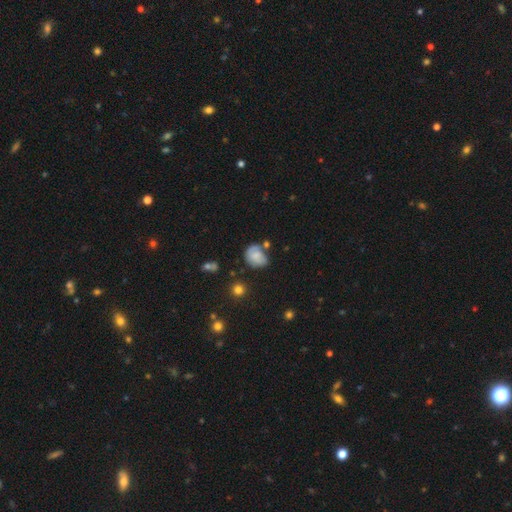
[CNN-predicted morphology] Q: Smooth or featured?
A: smooth (64%); runner-up: featured or disk (26%)
Q: How rounded?
A: round (51%); runner-up: in between (48%)
Q: Merging?
A: none (45%); runner-up: minor disturbance (30%)